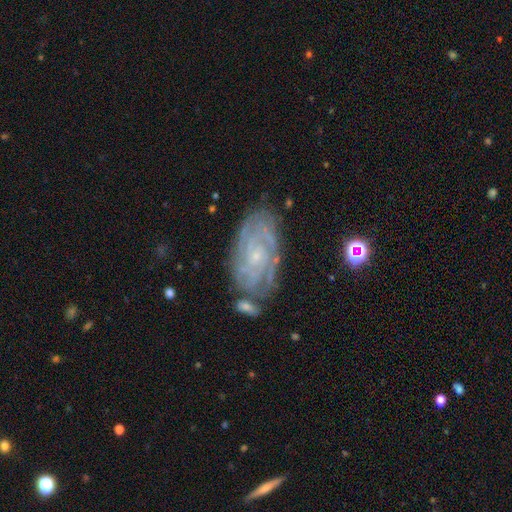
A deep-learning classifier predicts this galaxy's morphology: This is clearly a featured or disk galaxy (81%). It is clearly not viewed edge-on (95%). Bar: likely no (73%). Spiral arm pattern: clearly yes (94%). Spiral arm count: marginally can't tell (40%). Spiral winding: likely tight (73%). Central bulge: likely small (79%). Merging: likely none (68%).